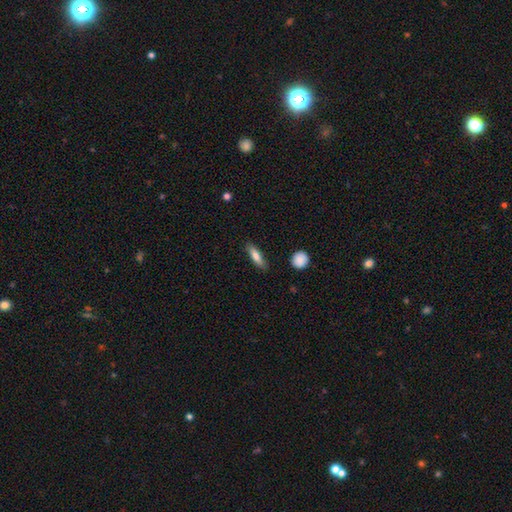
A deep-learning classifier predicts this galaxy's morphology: Q: Smooth or featured?
A: smooth (78%); runner-up: featured or disk (16%)
Q: How rounded?
A: cigar-shaped (58%); runner-up: in between (39%)
Q: Merging?
A: none (84%); runner-up: minor disturbance (12%)